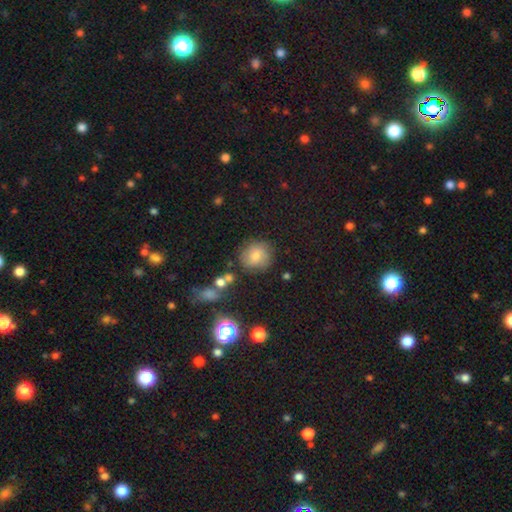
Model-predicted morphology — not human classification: smooth 70%, star or artifact 15%, featured or disk 15%. Down the decision tree: how rounded — round (86%); merging — none (79%).